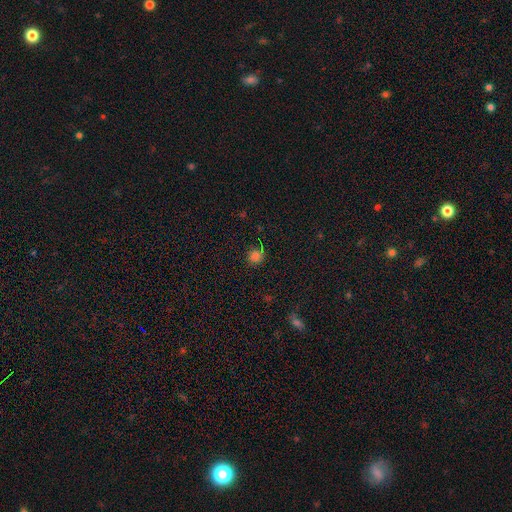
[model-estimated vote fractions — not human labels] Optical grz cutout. It shows a smooth galaxy with no disk features (75%) that is round (89%). Merging: none (73%).